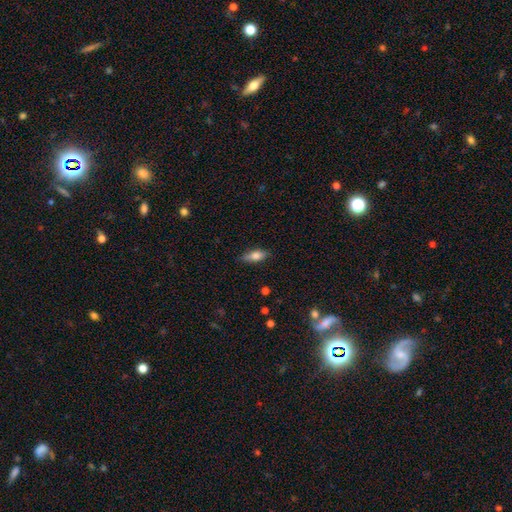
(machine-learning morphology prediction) smooth-or-featured: smooth: 75% | featured or disk: 18% | star or artifact: 7%
  how-rounded: in between: 68% | cigar-shaped: 29% | round: 3%
  merging: none: 80% | minor disturbance: 16% | major disturbance: 3% | merger: 1%